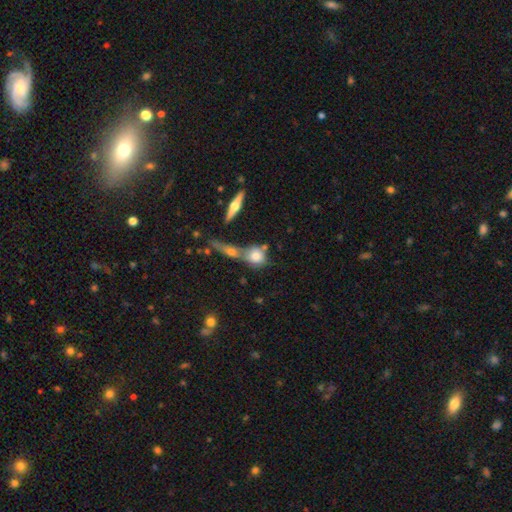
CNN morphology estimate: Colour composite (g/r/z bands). It shows a smooth galaxy with no disk features (71%) that is round (67%). Merging: none (44%).